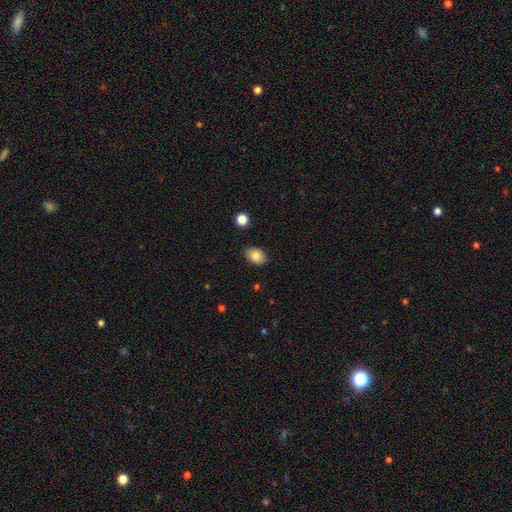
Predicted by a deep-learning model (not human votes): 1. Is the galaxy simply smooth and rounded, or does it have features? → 84% smooth, 8% star or artifact, 8% featured or disk.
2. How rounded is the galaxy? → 80% in between, 19% round, 1% cigar-shaped.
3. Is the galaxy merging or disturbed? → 87% none, 9% minor disturbance, 2% major disturbance, 1% merger.